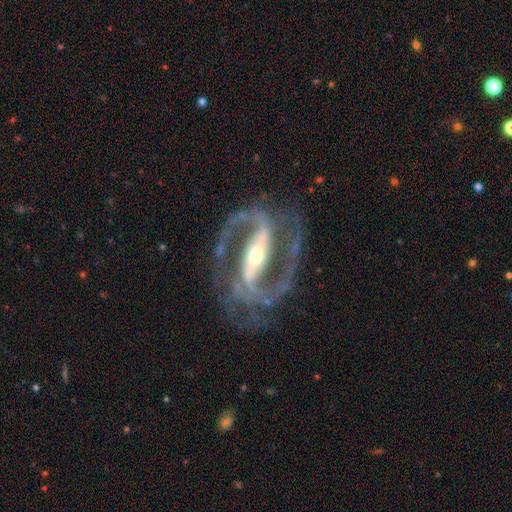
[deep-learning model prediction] smooth_or_featured: featured or disk (p=0.93) [alt: star or artifact p=0.05]
disk_edge_on: no (p=0.96) [alt: yes p=0.04]
bar: strong (p=0.75) [alt: weak p=0.16]
has_spiral_arms: yes (p=0.98) [alt: no p=0.02]
spiral_winding: medium (p=0.61) [alt: tight p=0.26]
spiral_arm_count: 2 (p=0.92) [alt: 3 p=0.03]
bulge_size: small (p=0.51) [alt: moderate p=0.43]
merging: none (p=0.78) [alt: minor disturbance p=0.13]